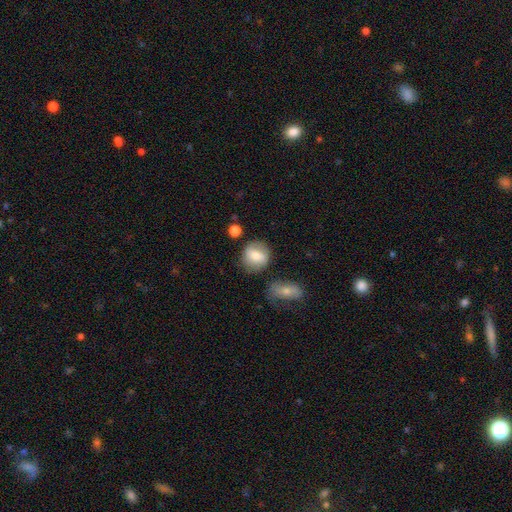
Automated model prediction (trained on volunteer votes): Overall: smooth (71%). How rounded: round (77%). Merging: none (75%).